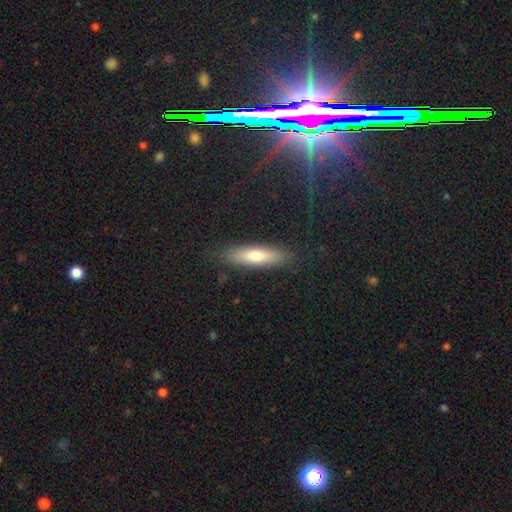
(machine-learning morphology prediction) This appears to be a smooth galaxy with no disk features (69%) that is cigar-shaped (70%). Merging: none (87%).